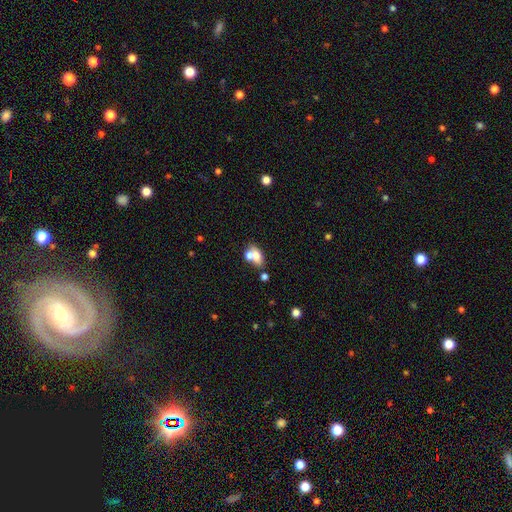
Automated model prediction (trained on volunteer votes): Q: Smooth or featured?
A: smooth (67%); runner-up: featured or disk (23%)
Q: How rounded?
A: in between (78%); runner-up: round (17%)
Q: Merging?
A: merger (50%); runner-up: none (35%)